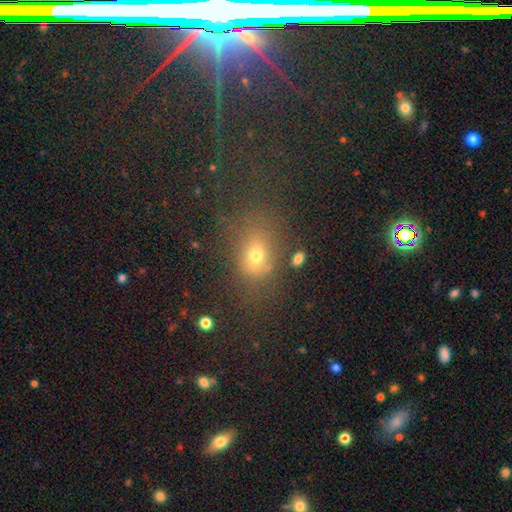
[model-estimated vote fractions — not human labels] smooth_or_featured: smooth (p=0.59) [alt: star or artifact p=0.29]
how_rounded: in between (p=0.60) [alt: round p=0.36]
merging: none (p=0.68) [alt: minor disturbance p=0.16]